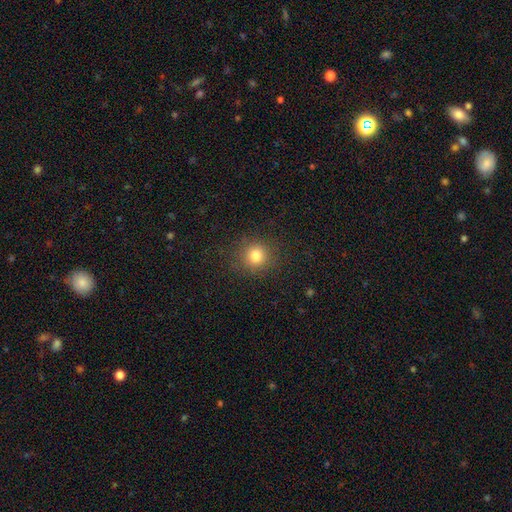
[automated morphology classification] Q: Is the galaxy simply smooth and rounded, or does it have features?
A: smooth — 80%.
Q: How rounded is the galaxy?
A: round — 90%.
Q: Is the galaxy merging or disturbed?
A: none — 88%.